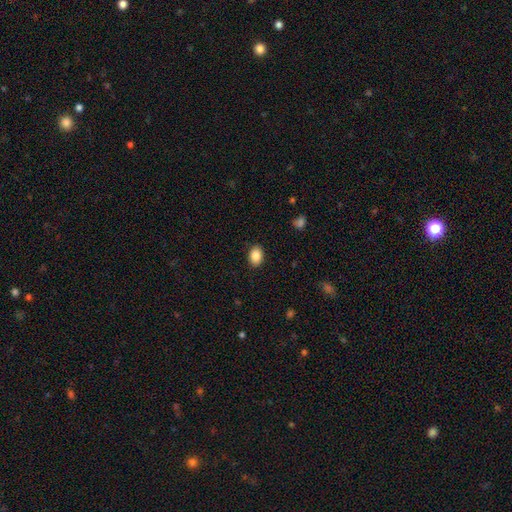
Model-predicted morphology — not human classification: Q: Smooth or featured?
A: smooth (87%); runner-up: star or artifact (8%)
Q: How rounded?
A: in between (79%); runner-up: round (20%)
Q: Merging?
A: none (89%); runner-up: minor disturbance (8%)